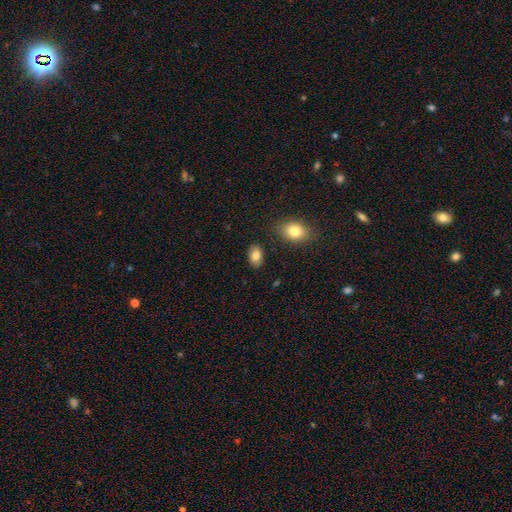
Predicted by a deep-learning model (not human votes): Overall: smooth (84%). How rounded: in between (88%). Merging: none (85%).